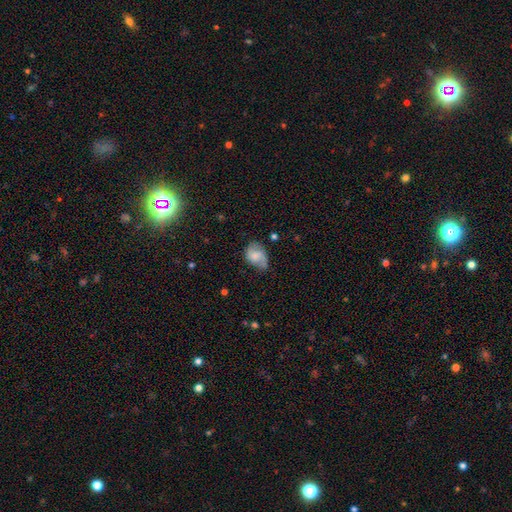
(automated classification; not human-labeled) Smooth or featured?
  - smooth: 47% *
  - featured or disk: 44%
  - star or artifact: 8%
Merging?
  - none: 47% *
  - minor disturbance: 35%
  - major disturbance: 16%
  - merger: 3%